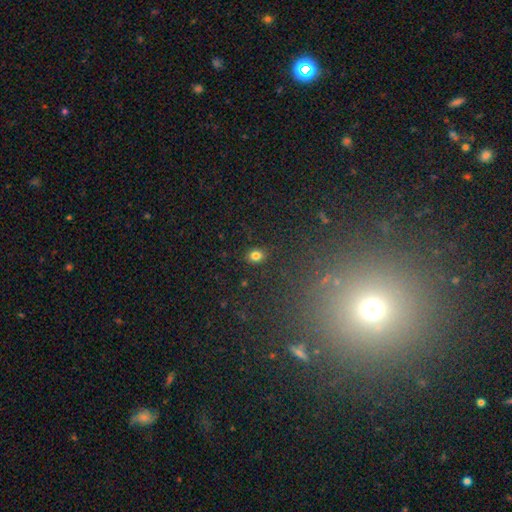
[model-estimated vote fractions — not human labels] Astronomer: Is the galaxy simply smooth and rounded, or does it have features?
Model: smooth — 81%.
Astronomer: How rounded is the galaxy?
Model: round — 57% (runner-up: in between, 41%).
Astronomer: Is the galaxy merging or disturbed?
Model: none — 88%.